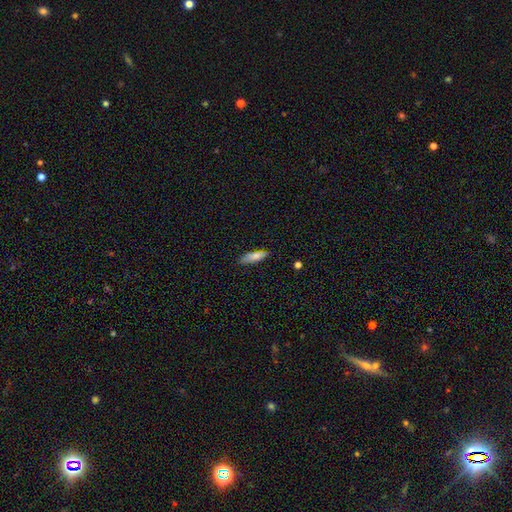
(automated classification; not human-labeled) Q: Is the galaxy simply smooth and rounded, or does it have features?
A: smooth — 79%.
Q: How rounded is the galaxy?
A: cigar-shaped — 62%.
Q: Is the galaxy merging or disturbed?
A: none — 79%.